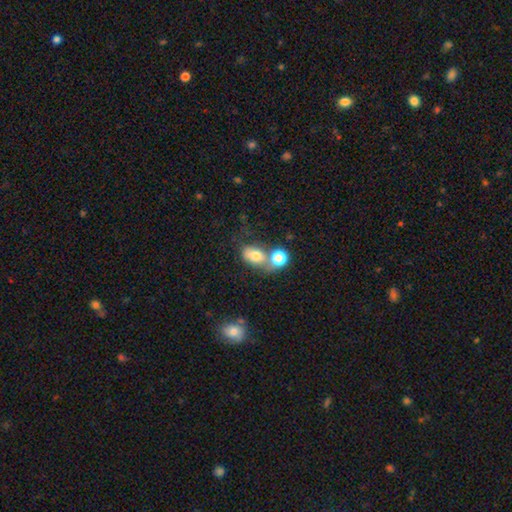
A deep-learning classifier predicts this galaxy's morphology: This appears to be a smooth galaxy with no disk features (72%) that is in between round and cigar-shaped (72%). Merging: merger (42%).